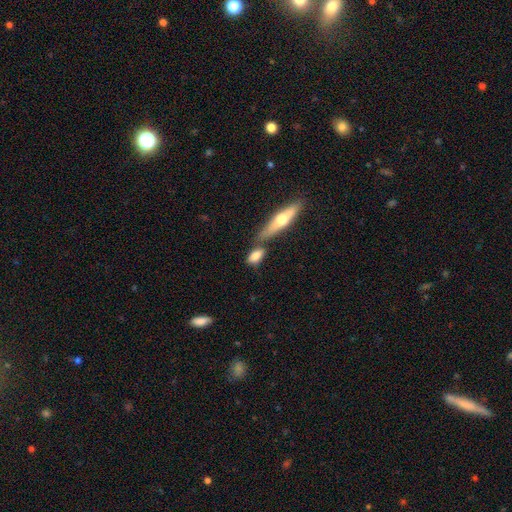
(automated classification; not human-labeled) smooth-or-featured: smooth: 73% | featured or disk: 20% | star or artifact: 7%
  how-rounded: in between: 75% | cigar-shaped: 18% | round: 7%
  merging: none: 53% | merger: 27% | minor disturbance: 14% | major disturbance: 5%